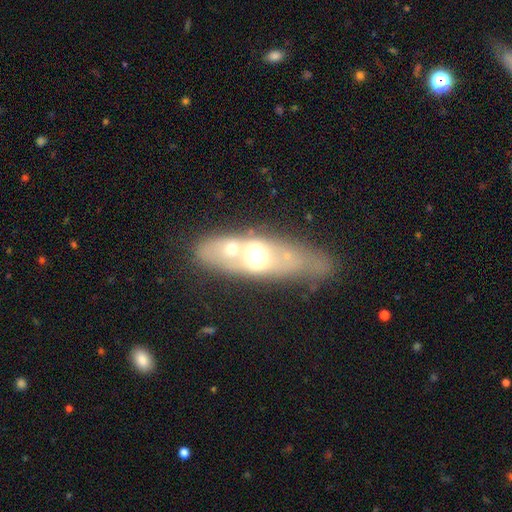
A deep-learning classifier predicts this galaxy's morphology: A featured or disk galaxy (49%).

Vote fractions:
- Smooth or featured? featured or disk: 49% / smooth: 41% / star or artifact: 9%
- Merging? none: 37% (tied) / merger: 37% (tied) / minor disturbance: 15% / major disturbance: 11%